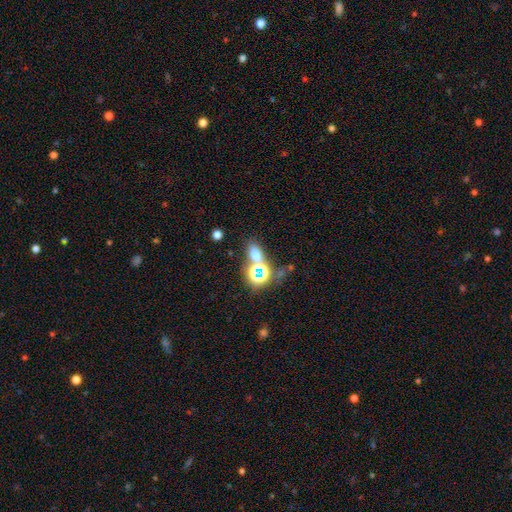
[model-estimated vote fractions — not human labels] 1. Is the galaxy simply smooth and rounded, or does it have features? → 58% smooth, 33% star or artifact, 10% featured or disk.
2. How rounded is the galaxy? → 68% in between, 28% round, 4% cigar-shaped.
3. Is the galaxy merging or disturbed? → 60% none, 24% merger, 10% minor disturbance, 5% major disturbance.